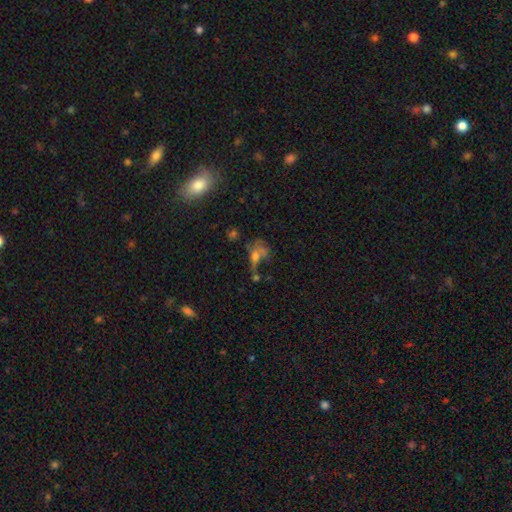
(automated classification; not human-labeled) Smooth or featured: smooth — 46% (featured or disk — 33%)
Merging: major disturbance — 32% (merger — 28%)